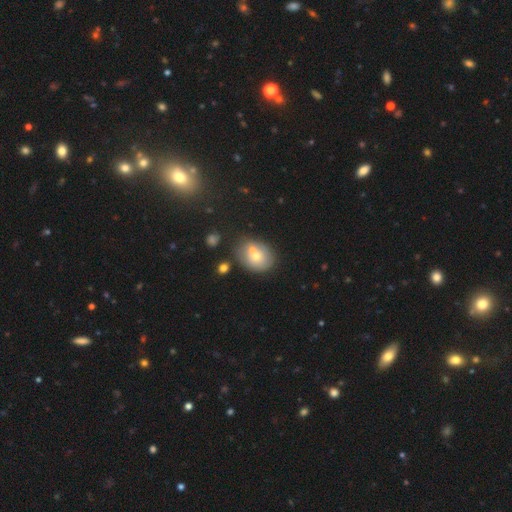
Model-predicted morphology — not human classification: Smooth or featured: smooth — 63% (featured or disk — 27%)
How rounded: round — 52% (in between — 47%)
Merging: none — 43% (merger — 40%)